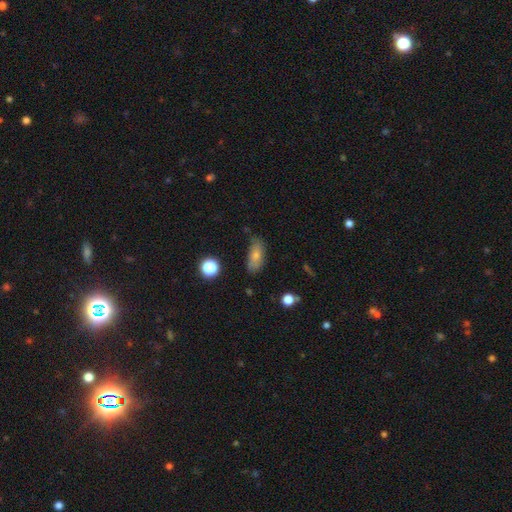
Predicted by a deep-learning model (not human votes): Smooth or featured: smooth — 75% (featured or disk — 16%)
How rounded: in between — 81% (cigar-shaped — 14%)
Merging: none — 66% (minor disturbance — 25%)